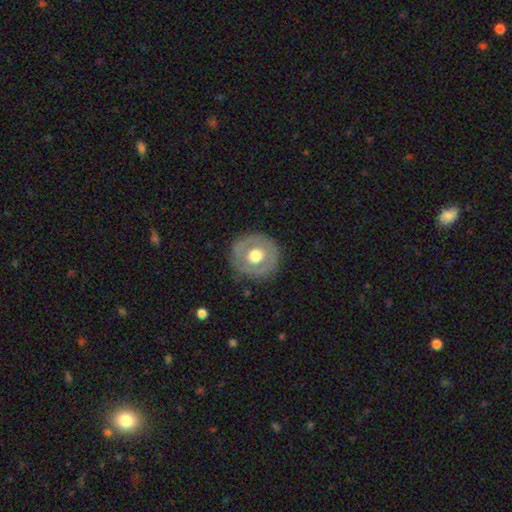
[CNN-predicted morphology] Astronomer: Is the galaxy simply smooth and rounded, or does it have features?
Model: featured or disk — 47% (runner-up: smooth, 46%).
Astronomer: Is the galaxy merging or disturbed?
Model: none — 81%.